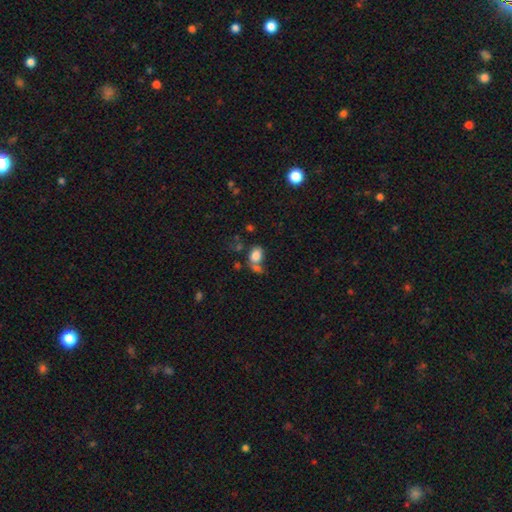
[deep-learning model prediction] smooth_or_featured: smooth (p=0.80) [alt: star or artifact p=0.11]
how_rounded: in between (p=0.76) [alt: round p=0.23]
merging: none (p=0.38) [tied with: merger p=0.38]